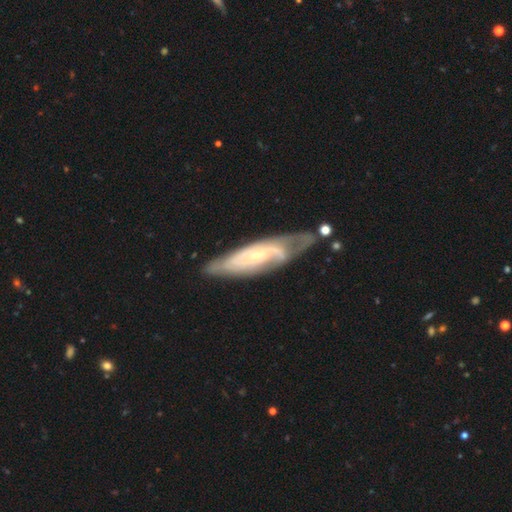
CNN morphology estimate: This appears to be a featured or disk galaxy (78%) with no bar (62%), 2 (43%) tight (49%) spiral arms (88%) and a small central bulge (75%). Merging: none (61%).